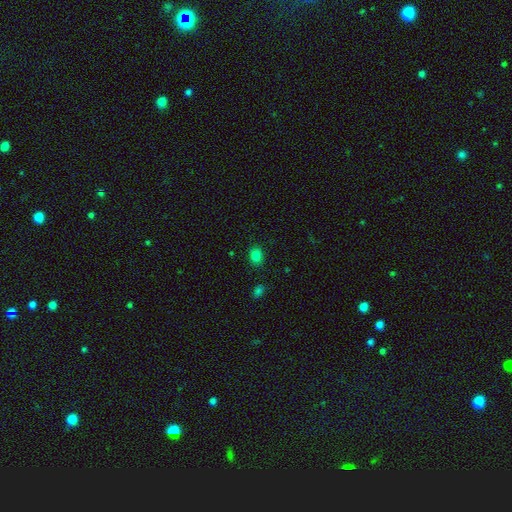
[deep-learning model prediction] smooth_or_featured: smooth (p=0.82) [alt: star or artifact p=0.13]
how_rounded: in between (p=0.61) [alt: round p=0.38]
merging: none (p=0.86) [alt: minor disturbance p=0.09]